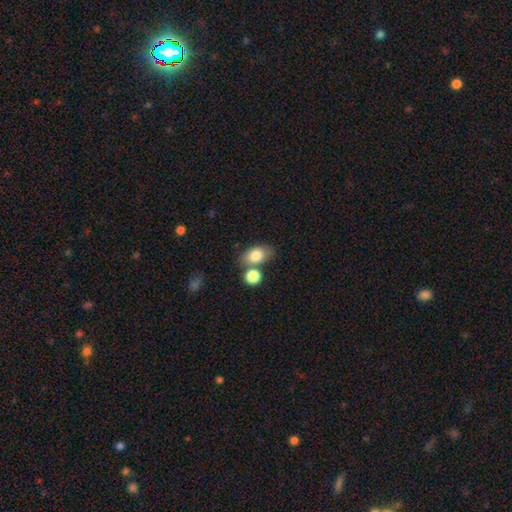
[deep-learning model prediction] Q: Smooth or featured?
A: smooth (80%); runner-up: featured or disk (12%)
Q: How rounded?
A: in between (81%); runner-up: round (17%)
Q: Merging?
A: none (58%); runner-up: merger (25%)